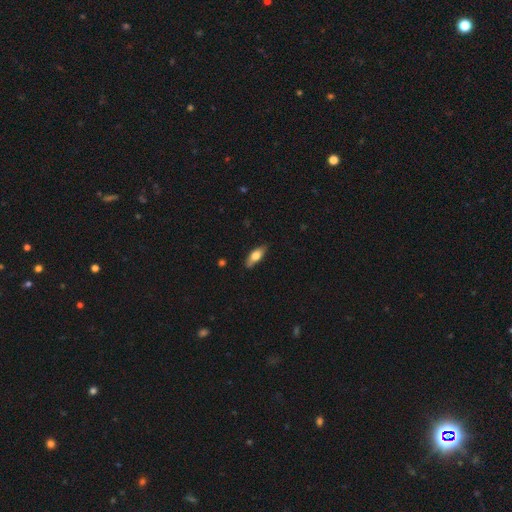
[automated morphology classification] Smooth or featured? Predicted: smooth (p=0.64). How rounded? Predicted: in between (p=0.69). Merging? Predicted: none (p=0.79).